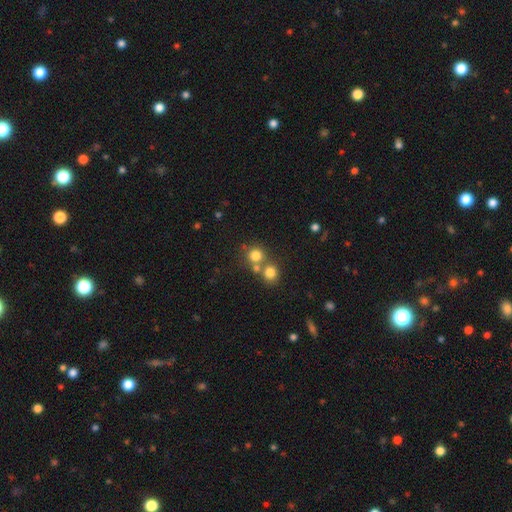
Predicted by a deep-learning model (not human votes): This appears to be a smooth galaxy with no disk features (77%) that is round (89%). Merging: none (55%).